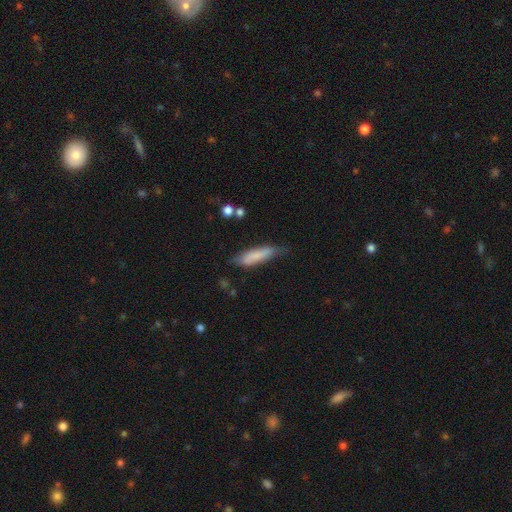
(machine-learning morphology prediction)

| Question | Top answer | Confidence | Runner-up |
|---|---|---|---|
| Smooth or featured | smooth | 75% | featured or disk (19%) |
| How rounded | cigar-shaped | 68% | in between (30%) |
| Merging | none | 59% | minor disturbance (30%) |